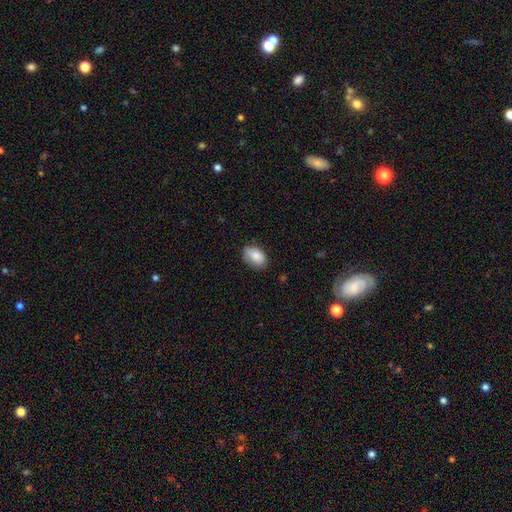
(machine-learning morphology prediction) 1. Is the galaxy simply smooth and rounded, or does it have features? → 84% smooth, 9% featured or disk, 7% star or artifact.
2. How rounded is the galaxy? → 88% in between, 11% round, 1% cigar-shaped.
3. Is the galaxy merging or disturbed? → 71% none, 24% minor disturbance, 4% major disturbance, 1% merger.